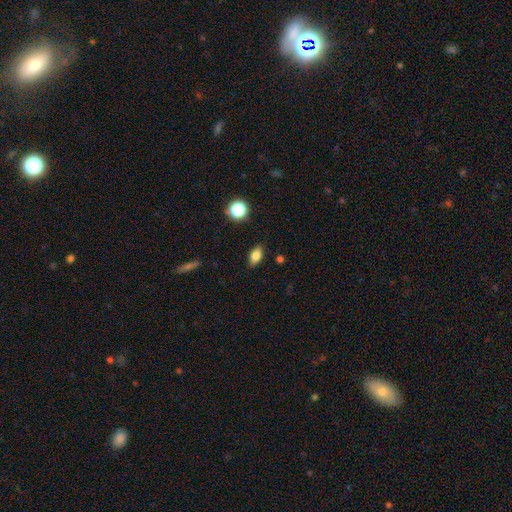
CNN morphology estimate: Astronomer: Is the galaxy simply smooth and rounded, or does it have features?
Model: smooth — 79%.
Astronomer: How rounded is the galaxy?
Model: in between — 84%.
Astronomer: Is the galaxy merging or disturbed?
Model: none — 85%.